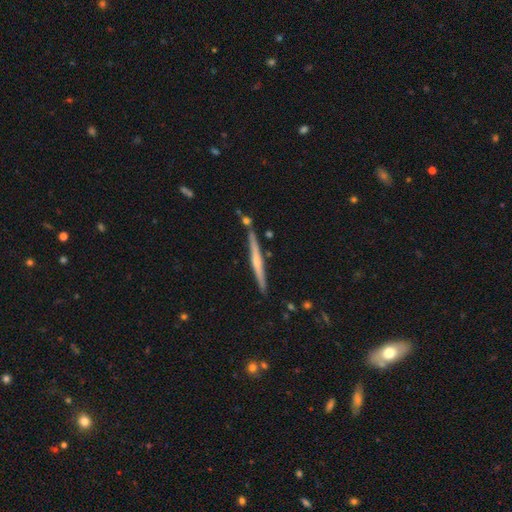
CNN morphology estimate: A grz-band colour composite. It shows a featured or disk galaxy (73%) viewed edge-on (98%) with a rounded central bulge (61%). Merging: none (85%).